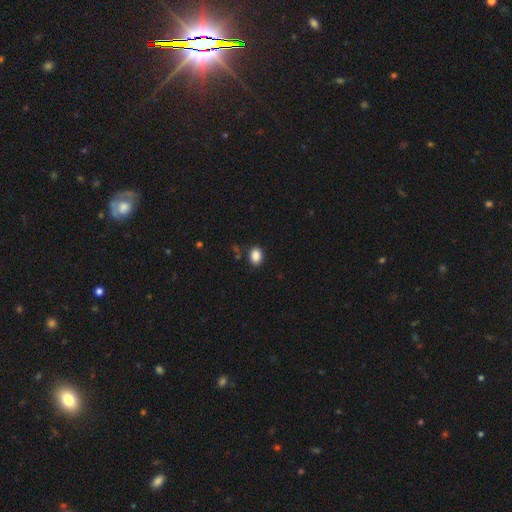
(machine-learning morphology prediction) A smooth galaxy with no disk features (88%) that is in between round and cigar-shaped (77%). Merging: none (87%).